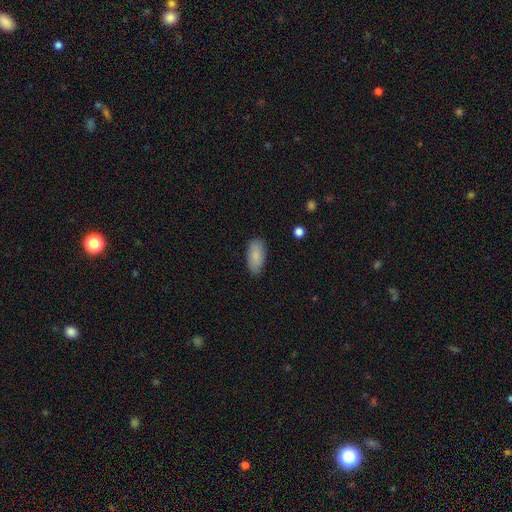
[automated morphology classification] Smooth or featured?
  - smooth: 87% *
  - featured or disk: 7%
  - star or artifact: 6%
How rounded?
  - in between: 92% *
  - cigar-shaped: 6%
  - round: 2%
Merging?
  - none: 85% *
  - minor disturbance: 12%
  - major disturbance: 2%
  - merger: 1%